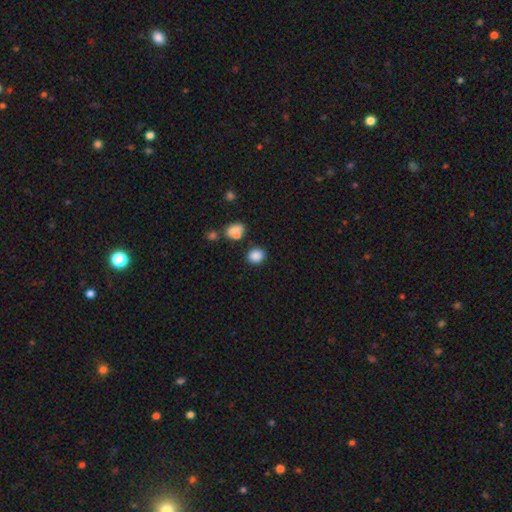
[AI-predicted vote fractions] smooth 86%, star or artifact 10%, featured or disk 4%. Down the decision tree: how rounded — round (68%); merging — none (81%).